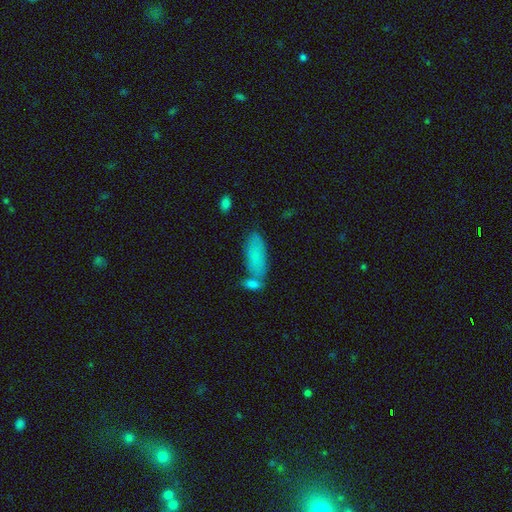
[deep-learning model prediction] Smooth or featured: smooth — 79% (featured or disk — 13%)
How rounded: in between — 77% (cigar-shaped — 21%)
Merging: none — 54% (merger — 23%)